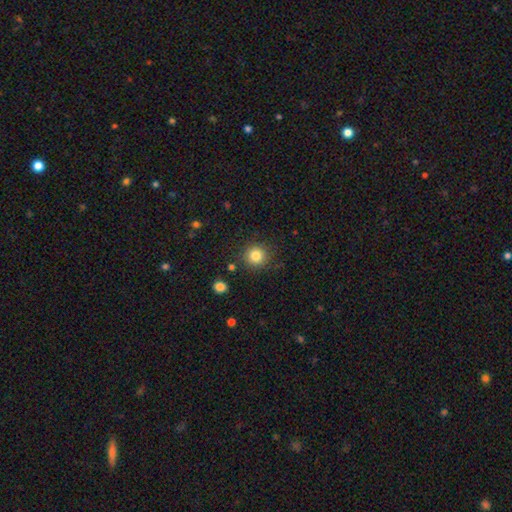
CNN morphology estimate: Smooth or featured: smooth — 83% (star or artifact — 12%)
How rounded: round — 93% (in between — 6%)
Merging: none — 87% (minor disturbance — 7%)